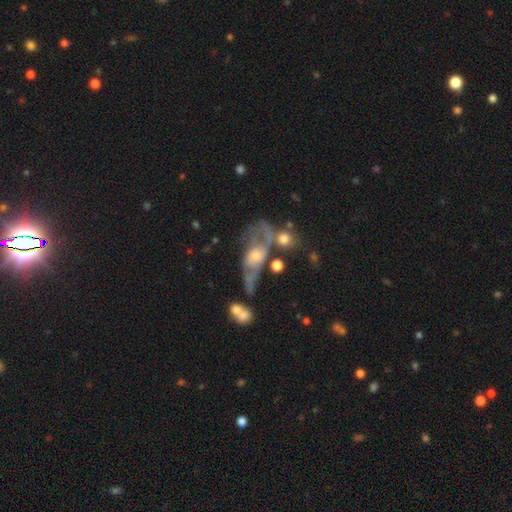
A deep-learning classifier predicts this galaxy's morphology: This appears to be a featured or disk galaxy (64%) with no bar (75%), spiral arms (54%) and a moderate central bulge (43%). Merging: major disturbance (31%).